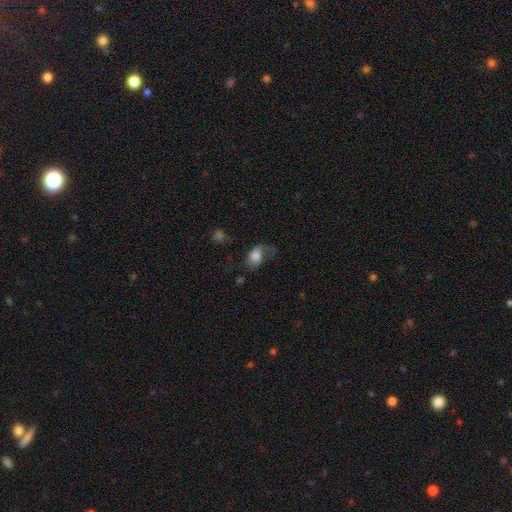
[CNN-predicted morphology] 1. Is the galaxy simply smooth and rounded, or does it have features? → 63% smooth, 28% featured or disk, 9% star or artifact.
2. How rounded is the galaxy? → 80% in between, 19% round, 2% cigar-shaped.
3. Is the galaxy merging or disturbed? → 37% major disturbance, 34% none, 25% minor disturbance, 3% merger.